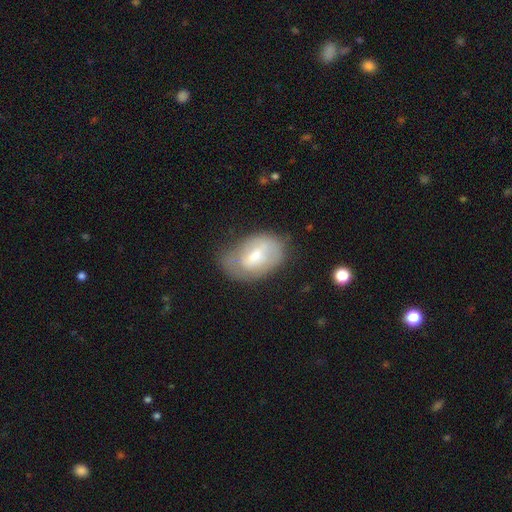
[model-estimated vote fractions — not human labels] This appears to be a smooth galaxy with no disk features (49%). Merging: none (49%).